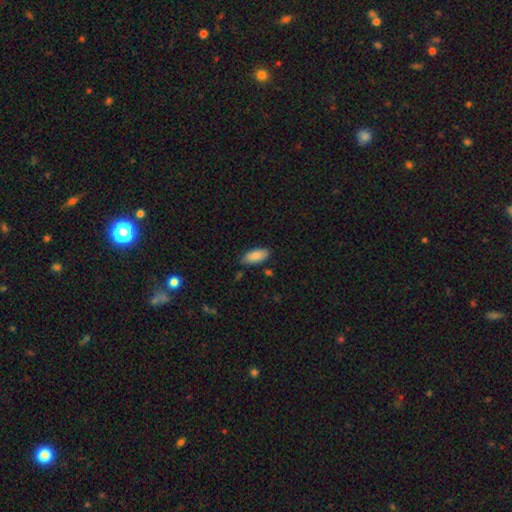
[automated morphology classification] Smooth or featured?
  - smooth: 88% *
  - star or artifact: 6%
  - featured or disk: 6%
How rounded?
  - in between: 87% *
  - cigar-shaped: 12%
  - round: 2%
Merging?
  - none: 81% *
  - minor disturbance: 14%
  - major disturbance: 2%
  - merger: 2%